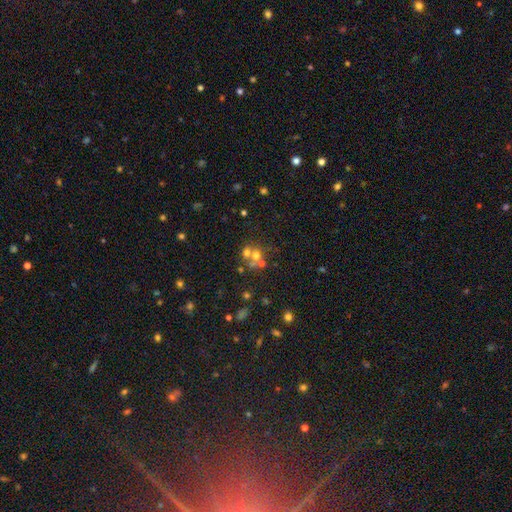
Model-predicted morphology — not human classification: smooth_or_featured: smooth (p=0.53) [alt: featured or disk p=0.25]
how_rounded: round (p=0.79) [alt: in between p=0.20]
merging: merger (p=0.47) [alt: none p=0.40]